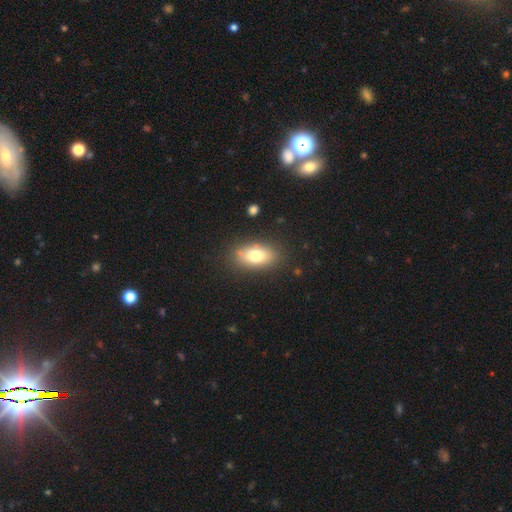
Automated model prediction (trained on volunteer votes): Smooth or featured: smooth — 75% (featured or disk — 17%)
How rounded: in between — 87% (round — 8%)
Merging: none — 81% (minor disturbance — 13%)